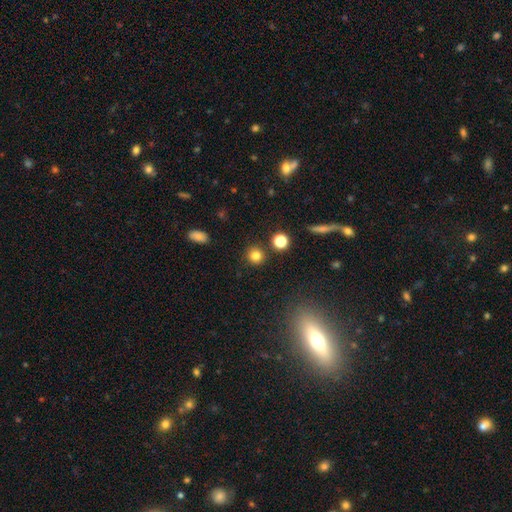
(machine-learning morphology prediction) A smooth galaxy with no disk features (82%) that is round (91%). Merging: none (88%).